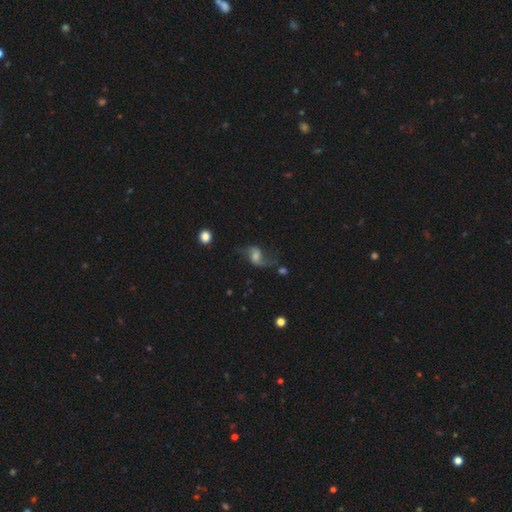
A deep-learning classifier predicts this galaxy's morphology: Q: Smooth or featured?
A: featured or disk (78%); runner-up: smooth (13%)
Q: Edge-on disk?
A: no (96%); runner-up: yes (4%)
Q: Bar?
A: weak (45%); runner-up: no (42%)
Q: Spiral arms?
A: yes (94%); runner-up: no (6%)
Q: Spiral winding?
A: loose (83%); runner-up: medium (14%)
Q: Spiral arm count?
A: 2 (90%); runner-up: 1 (5%)
Q: Bulge size?
A: moderate (36%); runner-up: small (32%)
Q: Merging?
A: none (63%); runner-up: minor disturbance (17%)